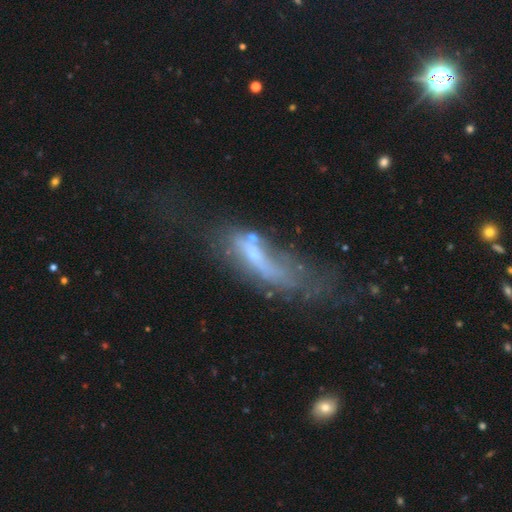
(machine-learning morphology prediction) smooth_or_featured: featured or disk (p=0.52) [alt: smooth p=0.35]
disk_edge_on: no (p=0.64) [alt: yes p=0.36]
merging: major disturbance (p=0.40) [alt: none p=0.27]